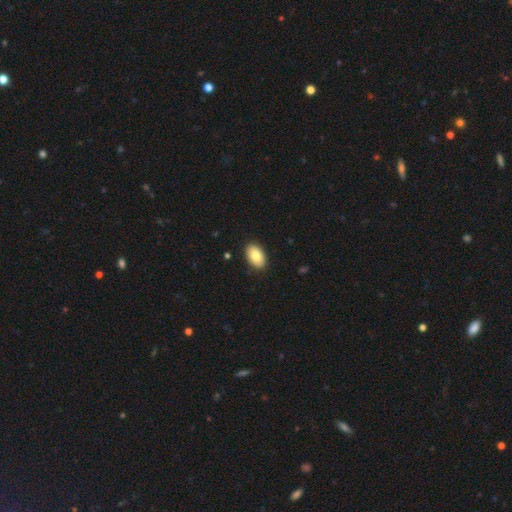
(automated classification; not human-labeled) This is clearly a smooth galaxy (83%). How rounded: clearly in between (93%). Merging: clearly none (89%).